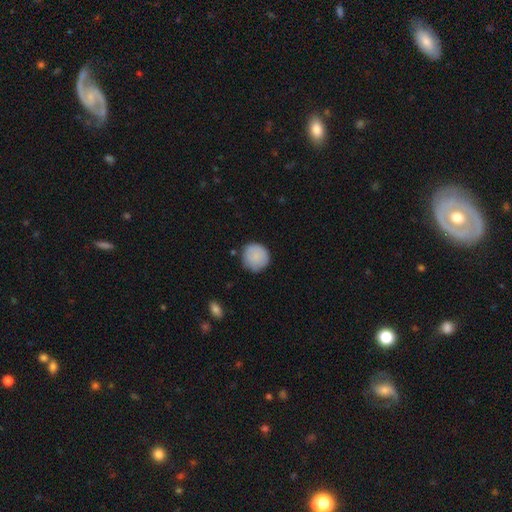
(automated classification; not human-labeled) Morphology: type=smooth (86%); roundness=round (94%); merging=none (81%).